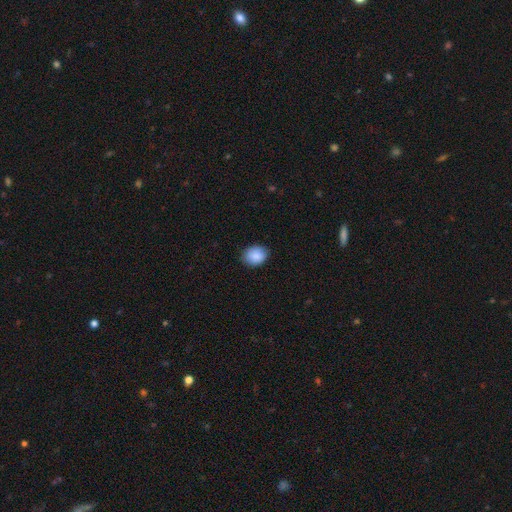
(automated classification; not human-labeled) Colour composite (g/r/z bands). It shows a smooth galaxy with no disk features (88%) that is in between round and cigar-shaped (50%). Merging: none (84%).